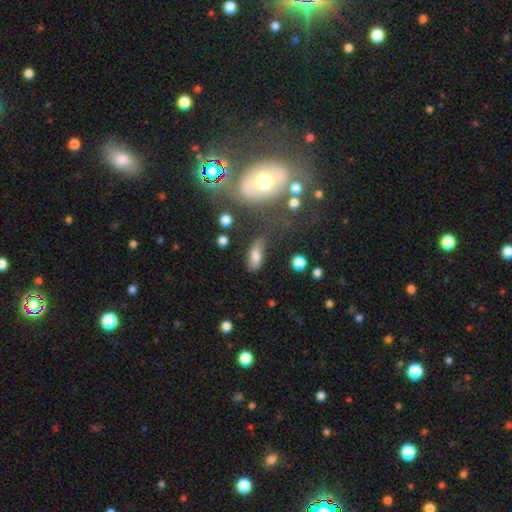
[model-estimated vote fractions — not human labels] A smooth galaxy with no disk features (70%) that is in between round and cigar-shaped (73%).

Vote fractions:
- Smooth or featured? smooth: 70% / featured or disk: 19% / star or artifact: 11%
- How rounded? in between: 73% / cigar-shaped: 21% / round: 5%
- Merging? none: 42% / minor disturbance: 29% / major disturbance: 19% / merger: 10%